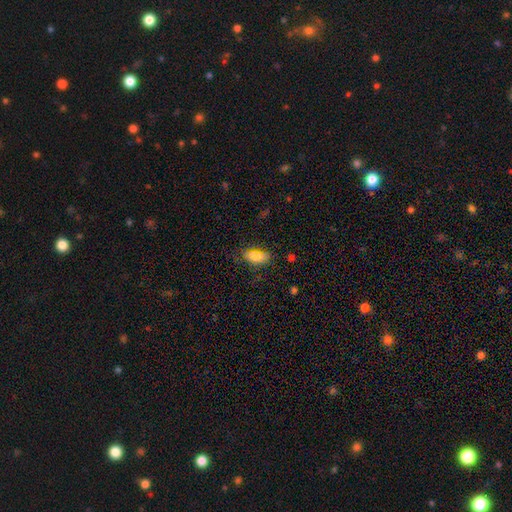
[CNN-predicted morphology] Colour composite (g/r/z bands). It shows a smooth galaxy with no disk features (81%) that is in between round and cigar-shaped (83%). Merging: none (73%).